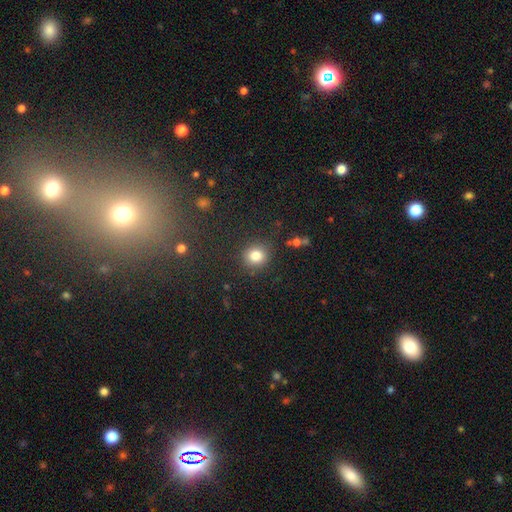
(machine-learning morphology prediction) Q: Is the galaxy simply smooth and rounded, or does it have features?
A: smooth — 82%.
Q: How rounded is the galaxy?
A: round — 87%.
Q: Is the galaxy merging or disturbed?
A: none — 86%.